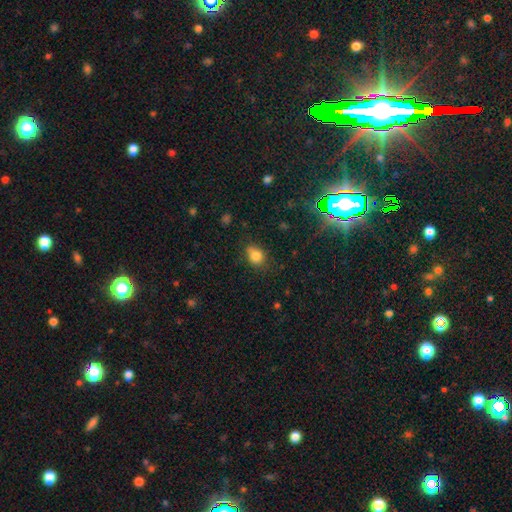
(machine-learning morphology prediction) Smooth or featured: smooth — 81% (star or artifact — 12%)
How rounded: in between — 56% (round — 42%)
Merging: none — 66% (minor disturbance — 24%)